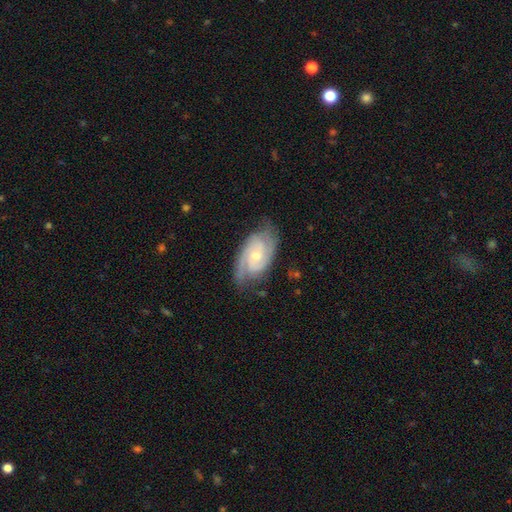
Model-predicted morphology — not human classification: Smooth or featured? featured or disk (87%)
Edge-on disk? no (96%)
Bar? no (63%)
Spiral arms? yes (97%)
Spiral winding? tight (54%)
Spiral arm count? 2 (63%)
Bulge size? small (53%)
Merging? none (76%)